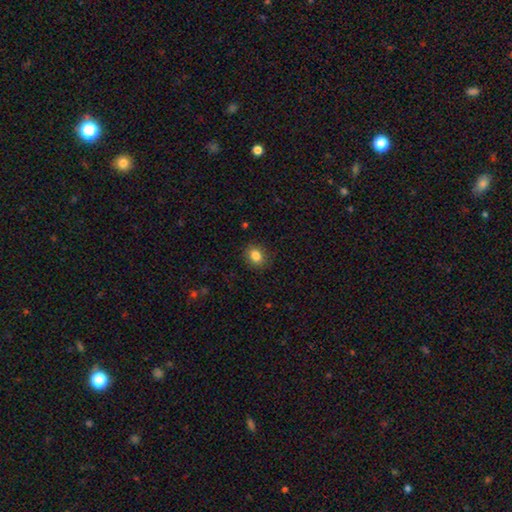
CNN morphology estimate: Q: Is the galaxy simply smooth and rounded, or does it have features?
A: smooth — 85%.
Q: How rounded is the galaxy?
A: in between — 52%.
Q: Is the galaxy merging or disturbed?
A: none — 86%.